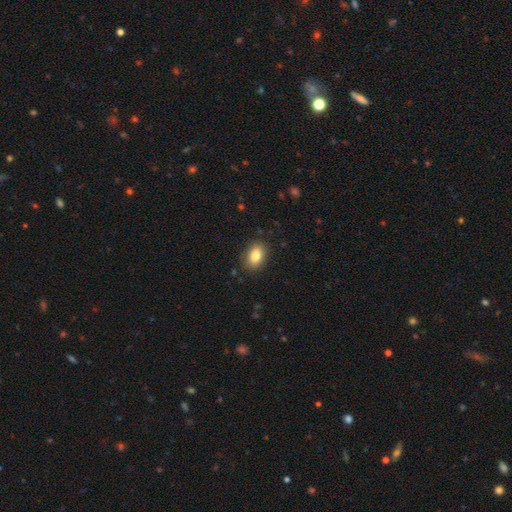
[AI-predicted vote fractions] Smooth or featured? smooth (83%)
How rounded? in between (80%)
Merging? none (86%)